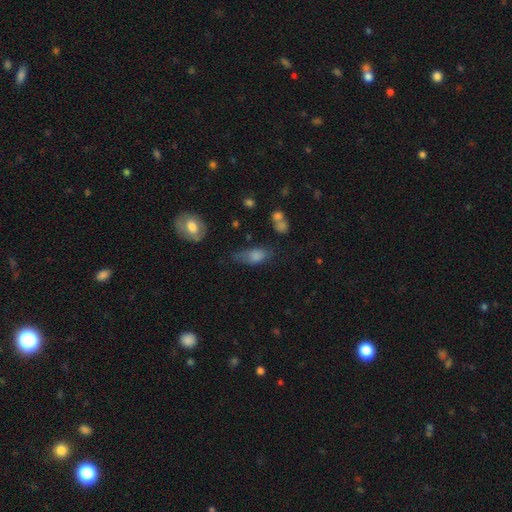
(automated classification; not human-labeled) Q: Smooth or featured?
A: smooth (73%); runner-up: featured or disk (16%)
Q: How rounded?
A: in between (77%); runner-up: cigar-shaped (16%)
Q: Merging?
A: none (38%); runner-up: minor disturbance (36%)